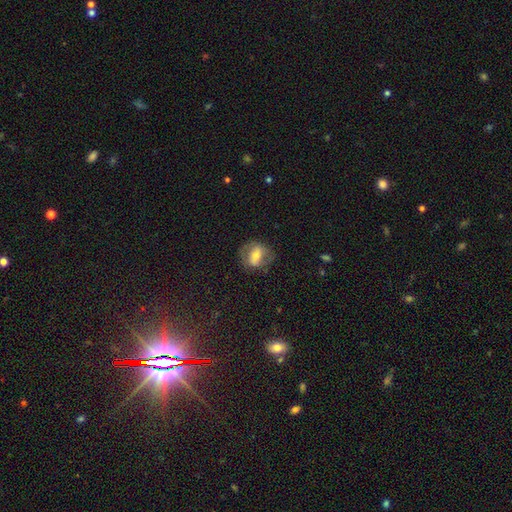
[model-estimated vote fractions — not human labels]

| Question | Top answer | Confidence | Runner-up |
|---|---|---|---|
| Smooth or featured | smooth | 50% | featured or disk (41%) |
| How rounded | in between | 59% | round (38%) |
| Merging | none | 68% | minor disturbance (19%) |